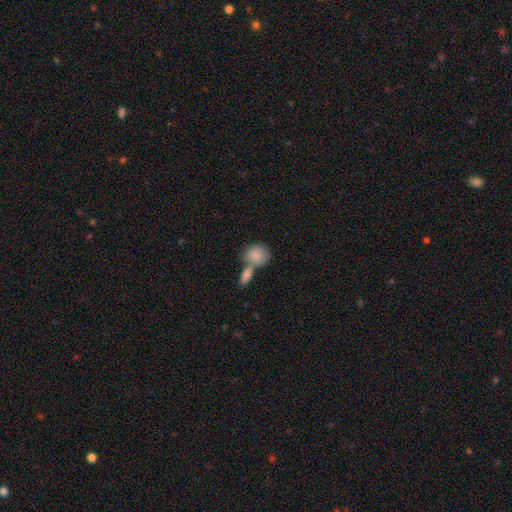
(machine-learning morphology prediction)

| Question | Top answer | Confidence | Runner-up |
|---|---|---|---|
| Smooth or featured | smooth | 86% | featured or disk (8%) |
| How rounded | in between | 50% | round (47%) |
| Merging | merger | 49% | none (36%) |